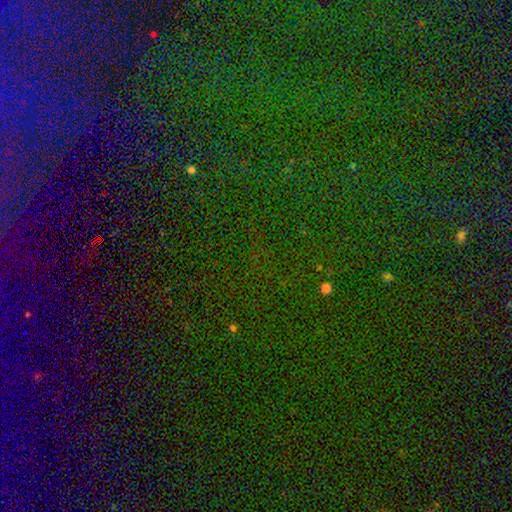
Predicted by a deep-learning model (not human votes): A star or artifact, not a galaxy (83%).